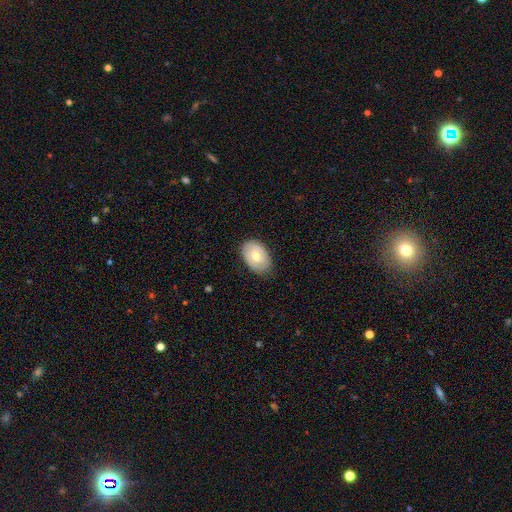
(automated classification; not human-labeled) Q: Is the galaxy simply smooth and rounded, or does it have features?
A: smooth — 62%.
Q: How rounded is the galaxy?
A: in between — 85%.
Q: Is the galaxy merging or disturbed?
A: none — 78%.